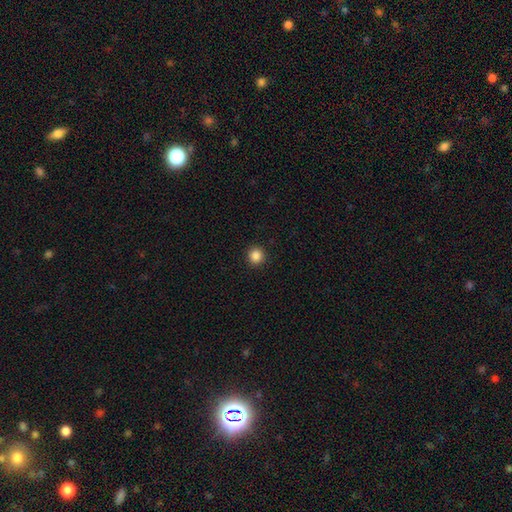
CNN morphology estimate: smooth_or_featured: smooth (p=0.86) [alt: star or artifact p=0.11]
how_rounded: round (p=0.94) [alt: in between p=0.05]
merging: none (p=0.92) [alt: minor disturbance p=0.05]